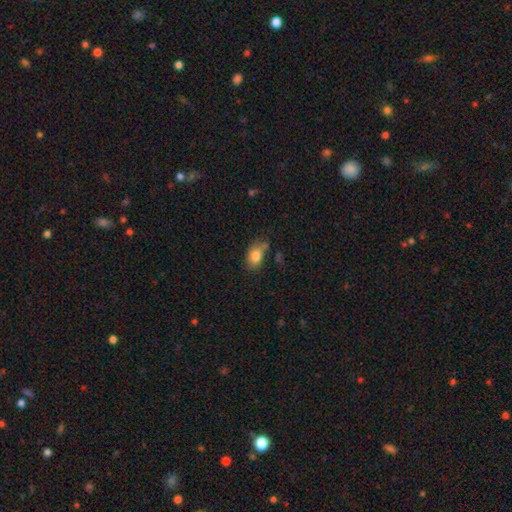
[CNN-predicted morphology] This appears to be a smooth galaxy with no disk features (81%) that is in between round and cigar-shaped (83%). Merging: none (56%).